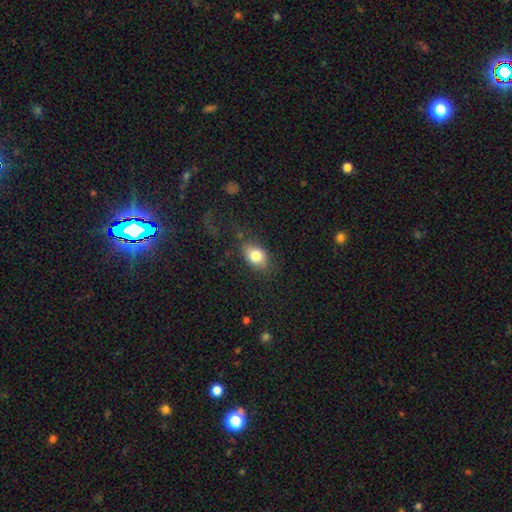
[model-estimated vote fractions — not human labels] The model was most divided on "how rounded": in between: 75%, round: 23%, cigar-shaped: 2%. More confident: smooth or featured — smooth (81%); merging — none (70%).